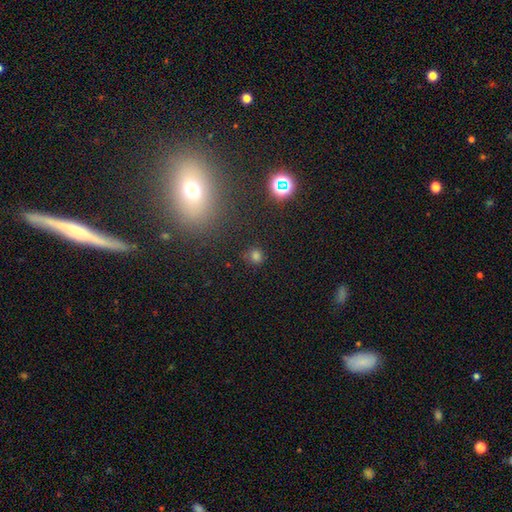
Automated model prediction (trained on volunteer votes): Overall: smooth (71%). How rounded: round (88%). Merging: none (80%).